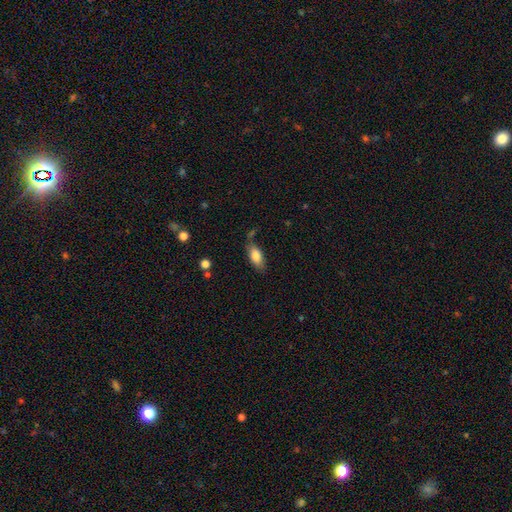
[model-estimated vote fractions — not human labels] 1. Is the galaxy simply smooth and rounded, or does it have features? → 80% smooth, 13% featured or disk, 7% star or artifact.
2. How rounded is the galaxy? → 87% in between, 10% cigar-shaped, 3% round.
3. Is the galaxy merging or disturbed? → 66% none, 21% minor disturbance, 7% merger, 6% major disturbance.